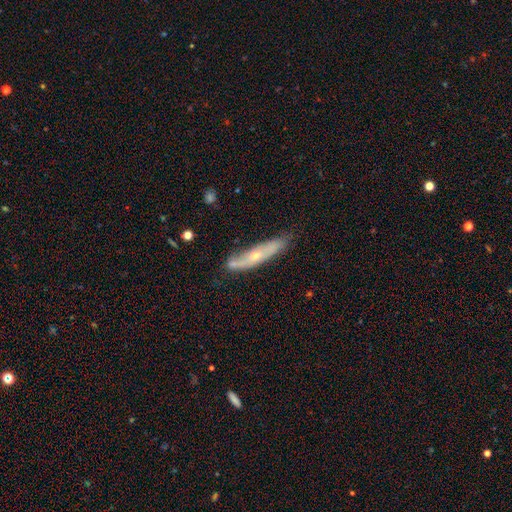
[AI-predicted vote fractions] A featured or disk galaxy (57%) viewed edge-on (61%).

Vote fractions:
- Smooth or featured? featured or disk: 57% / smooth: 37% / star or artifact: 6%
- Edge-on disk? yes: 61% / no: 39%
- Merging? none: 62% / minor disturbance: 26% / major disturbance: 6% / merger: 5%